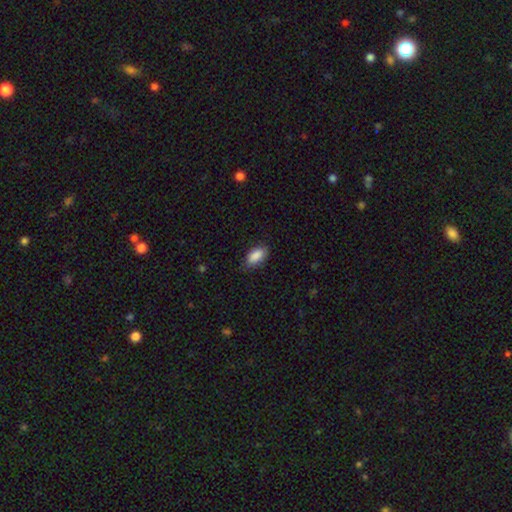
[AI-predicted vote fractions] Smooth or featured? smooth (88%)
How rounded? in between (91%)
Merging? none (78%)